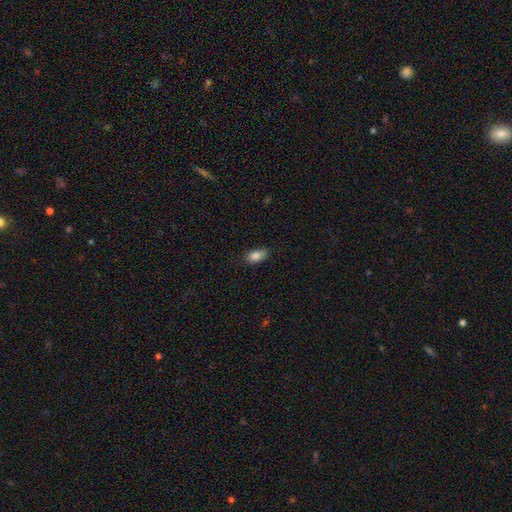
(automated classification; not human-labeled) Q: Smooth or featured?
A: smooth (86%); runner-up: star or artifact (8%)
Q: How rounded?
A: in between (89%); runner-up: round (6%)
Q: Merging?
A: none (76%); runner-up: minor disturbance (19%)